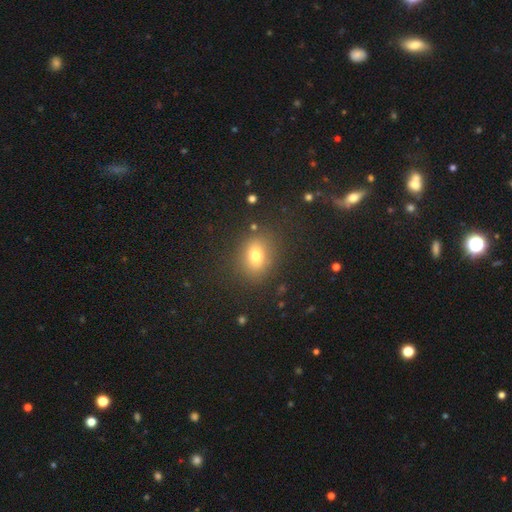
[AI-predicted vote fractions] Overall: smooth (75%). How rounded: in between (56%; round 42%). Merging: none (83%).